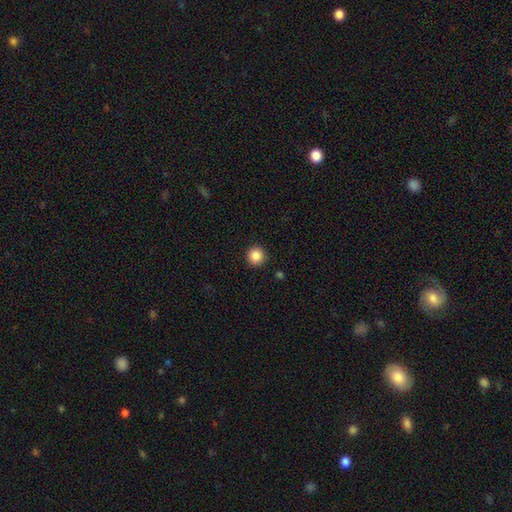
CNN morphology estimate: A smooth galaxy with no disk features (86%) that is round (95%).

Vote fractions:
- Smooth or featured? smooth: 86% / star or artifact: 10% / featured or disk: 4%
- How rounded? round: 95% / in between: 4% / cigar-shaped: 1%
- Merging? none: 92% / minor disturbance: 5% / major disturbance: 2% / merger: 1%